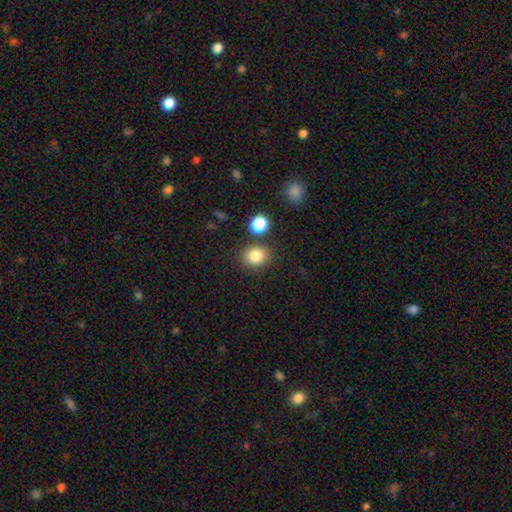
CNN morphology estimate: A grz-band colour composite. It shows a smooth galaxy with no disk features (83%) that is round (63%). Merging: none (80%).